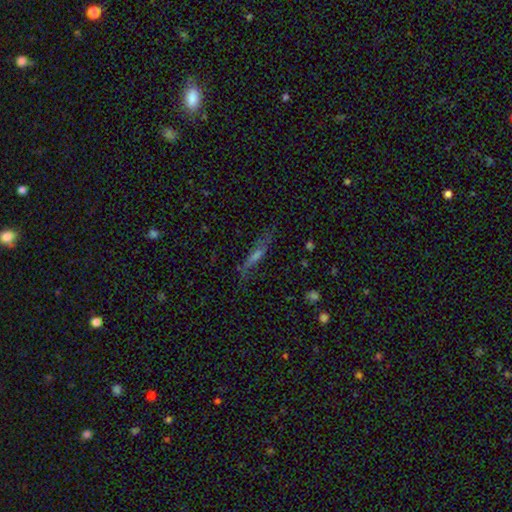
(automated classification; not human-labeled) A featured or disk galaxy (51%) viewed edge-on (78%). Merging: none (75%).